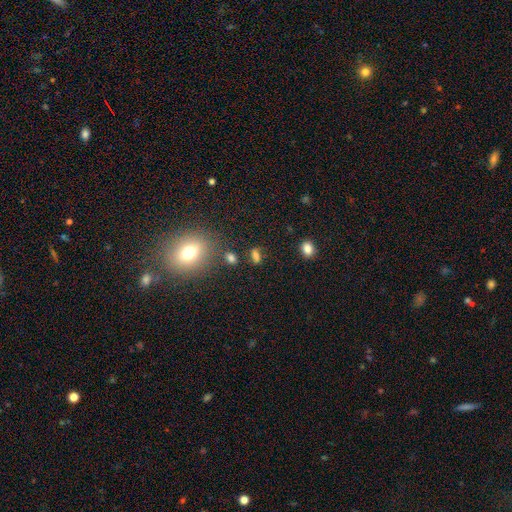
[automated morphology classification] This is likely a smooth galaxy (70%). How rounded: likely in between (73%). Merging: likely none (67%).